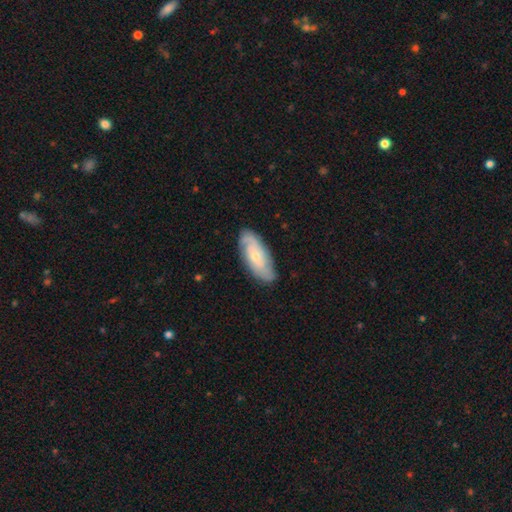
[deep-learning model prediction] Smooth or featured?
  - featured or disk: 68% *
  - smooth: 26%
  - star or artifact: 6%
Edge-on disk?
  - no: 90% *
  - yes: 10%
Bar?
  - no: 71% *
  - weak: 24%
  - strong: 5%
Spiral arms?
  - yes: 90% *
  - no: 10%
Spiral winding?
  - tight: 57% *
  - medium: 33%
  - loose: 11%
Spiral arm count?
  - 2: 40% *
  - can't tell: 35%
  - 3: 13%
  - 4: 5%
  - 1: 4%
  - more than 4: 3%
Bulge size?
  - small: 64% *
  - moderate: 32%
  - none: 2%
  - large: 2%
  - dominant: 1%
Merging?
  - none: 81% *
  - minor disturbance: 15%
  - major disturbance: 3%
  - merger: 1%